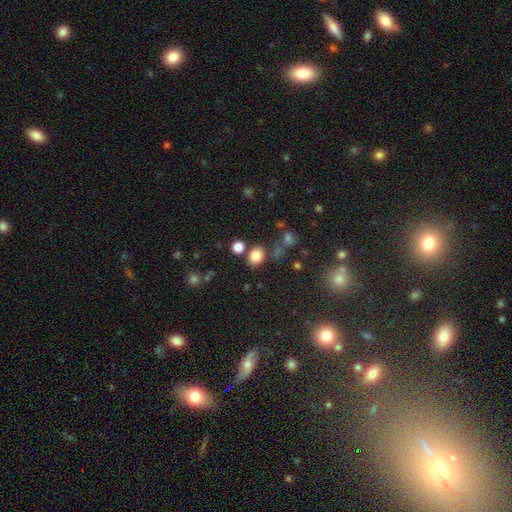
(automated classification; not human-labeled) Smooth or featured? Predicted: smooth (p=0.81). How rounded? Predicted: round (p=0.58). Merging? Predicted: none (p=0.73).